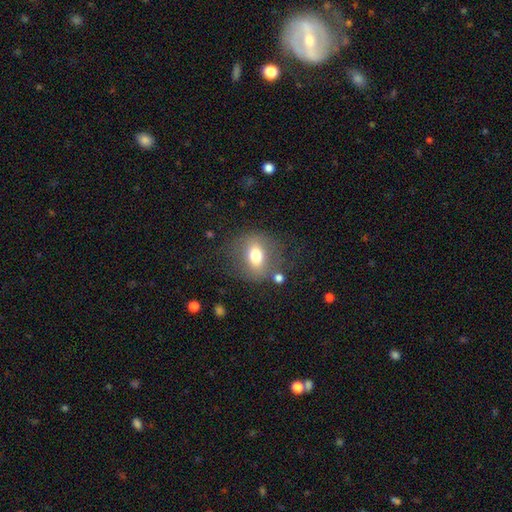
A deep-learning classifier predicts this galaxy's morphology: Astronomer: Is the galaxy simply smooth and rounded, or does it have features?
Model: smooth — 64%.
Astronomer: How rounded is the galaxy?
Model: round — 53% (runner-up: in between, 45%).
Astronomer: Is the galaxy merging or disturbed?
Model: none — 69%.